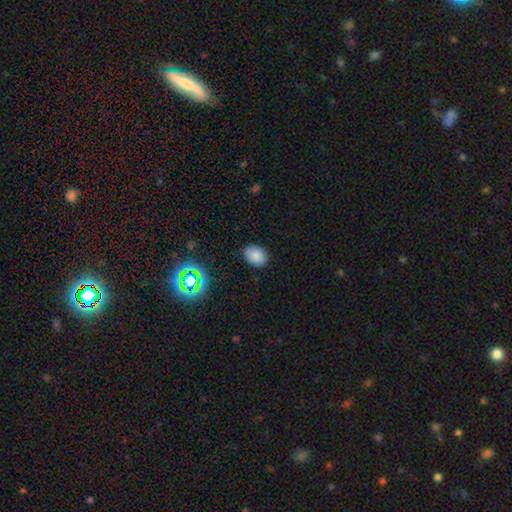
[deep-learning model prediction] Smooth or featured?
  - smooth: 82% *
  - star or artifact: 12%
  - featured or disk: 5%
How rounded?
  - in between: 67% *
  - round: 32%
  - cigar-shaped: 1%
Merging?
  - none: 85% *
  - minor disturbance: 11%
  - major disturbance: 2%
  - merger: 1%